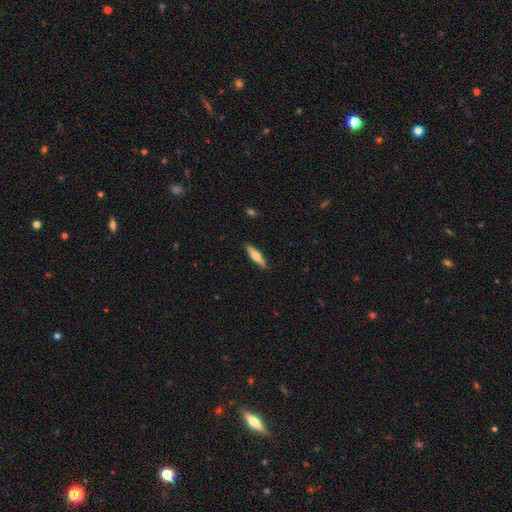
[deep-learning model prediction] Morphology: type=smooth (56%); roundness=cigar-shaped (78%); merging=none (90%).